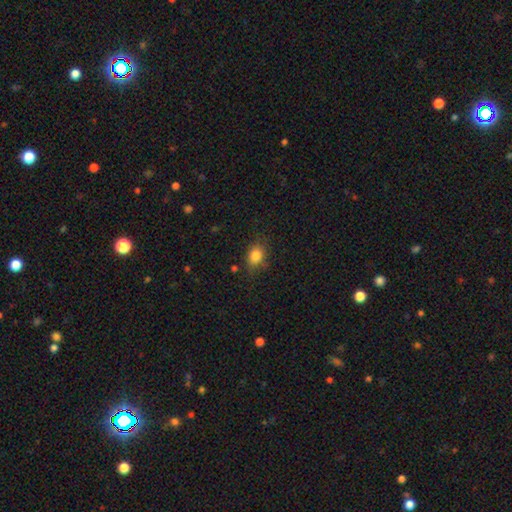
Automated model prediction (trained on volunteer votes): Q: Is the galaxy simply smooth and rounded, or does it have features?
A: smooth — 83%.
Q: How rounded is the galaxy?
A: in between — 62%.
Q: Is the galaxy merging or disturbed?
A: none — 73%.